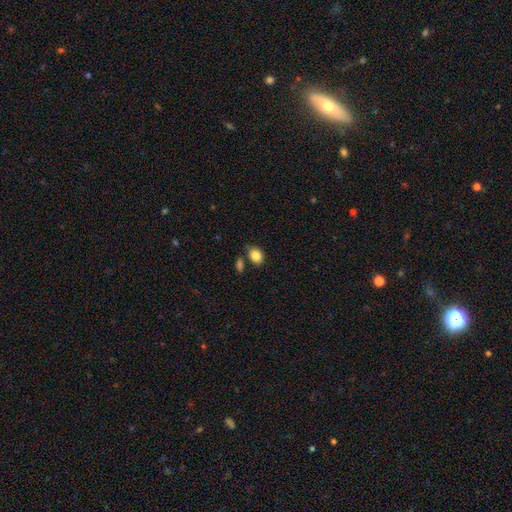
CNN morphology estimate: A smooth galaxy with no disk features (86%) that is in between round and cigar-shaped (63%). Merging: none (67%).